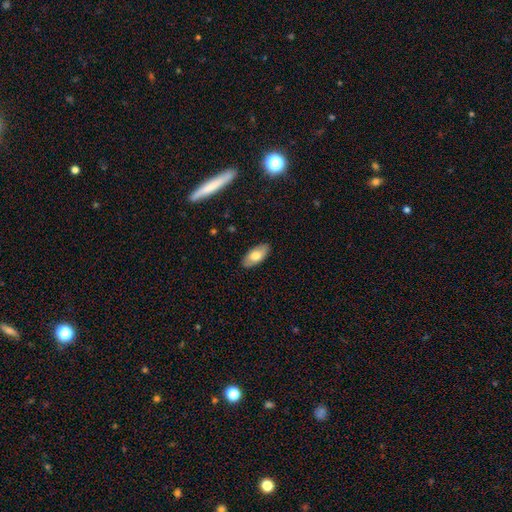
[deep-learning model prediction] smooth 72%, featured or disk 21%, star or artifact 6%. Down the decision tree: how rounded — in between (91%); merging — none (88%).